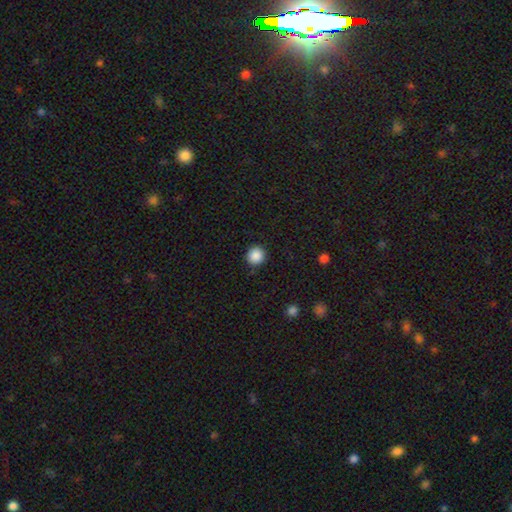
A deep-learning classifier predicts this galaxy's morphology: Q: Smooth or featured?
A: smooth (88%); runner-up: star or artifact (9%)
Q: How rounded?
A: round (94%); runner-up: in between (5%)
Q: Merging?
A: none (91%); runner-up: minor disturbance (6%)